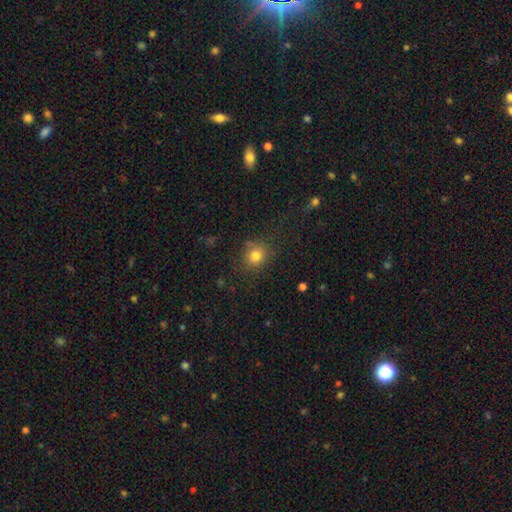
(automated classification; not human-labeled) smooth_or_featured: smooth (p=0.81) [alt: star or artifact p=0.12]
how_rounded: round (p=0.73) [alt: in between p=0.26]
merging: none (p=0.78) [alt: minor disturbance p=0.14]